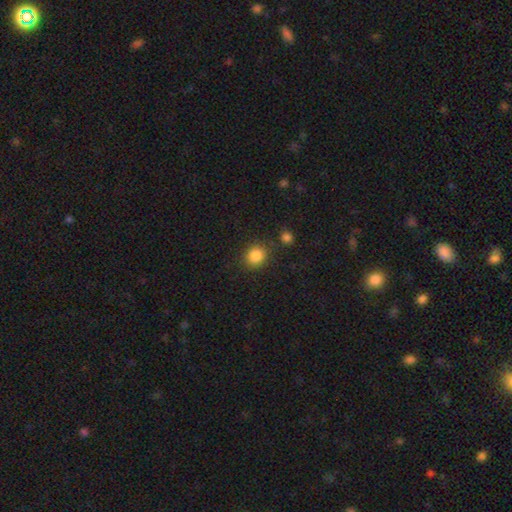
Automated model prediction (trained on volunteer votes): The model was most divided on "how rounded": round: 77%, in between: 22%, cigar-shaped: 1%. More confident: smooth or featured — smooth (86%); merging — none (81%).